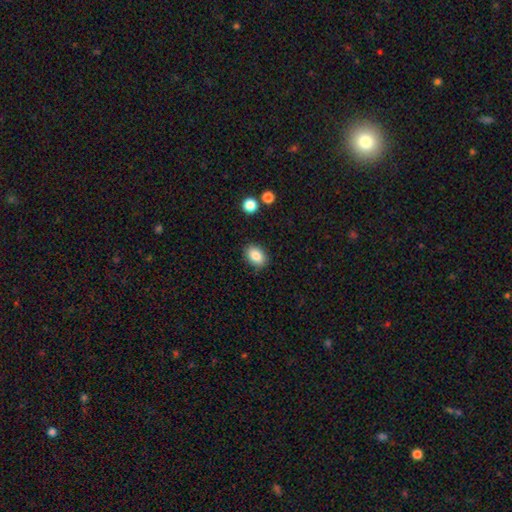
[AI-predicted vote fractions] Smooth or featured? Predicted: smooth (p=0.85). How rounded? Predicted: in between (p=0.82). Merging? Predicted: none (p=0.86).